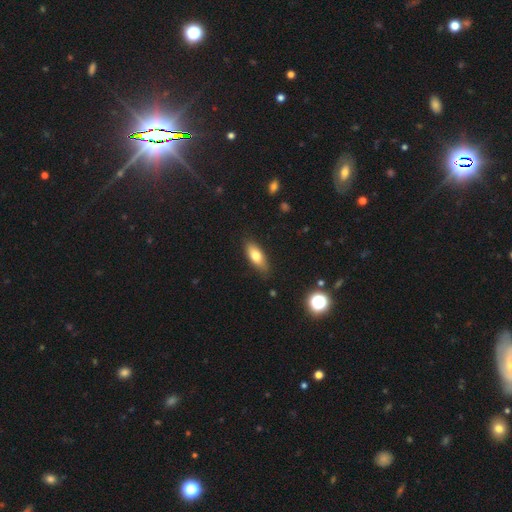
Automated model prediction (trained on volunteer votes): smooth-or-featured: smooth: 74% | featured or disk: 19% | star or artifact: 7%
  how-rounded: in between: 70% | cigar-shaped: 27% | round: 3%
  merging: none: 82% | minor disturbance: 14% | major disturbance: 3% | merger: 1%